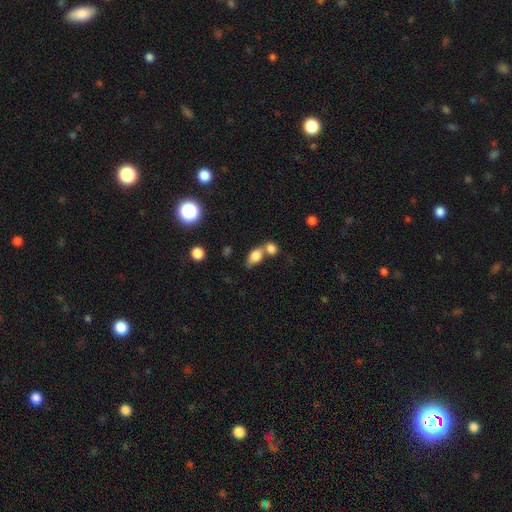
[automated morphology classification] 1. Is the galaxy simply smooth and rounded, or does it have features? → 78% smooth, 12% featured or disk, 10% star or artifact.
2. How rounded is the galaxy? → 76% in between, 20% round, 4% cigar-shaped.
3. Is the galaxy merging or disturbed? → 50% merger, 34% none, 10% minor disturbance, 5% major disturbance.